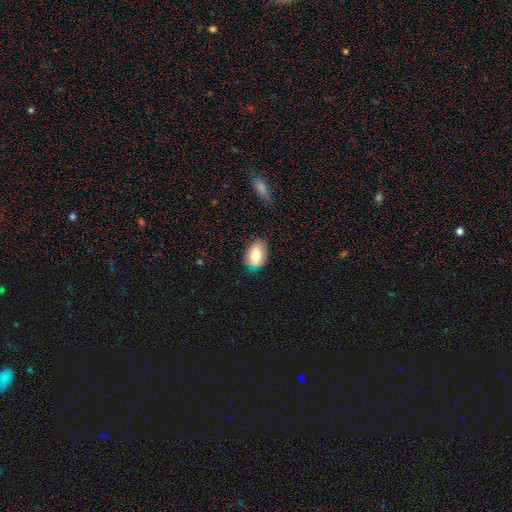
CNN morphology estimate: smooth_or_featured: smooth (p=0.75) [alt: featured or disk p=0.17]
how_rounded: in between (p=0.84) [alt: round p=0.15]
merging: none (p=0.72) [alt: minor disturbance p=0.22]